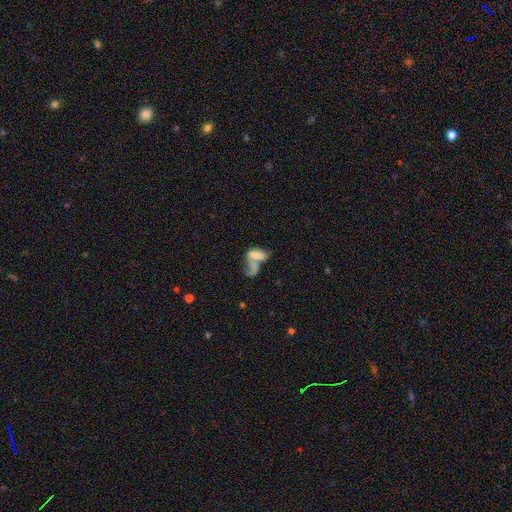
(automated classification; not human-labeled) The model was most divided on "smooth or featured": smooth: 57%, featured or disk: 32%, star or artifact: 11%. More confident: how rounded — in between (88%); merging — merger (60%).